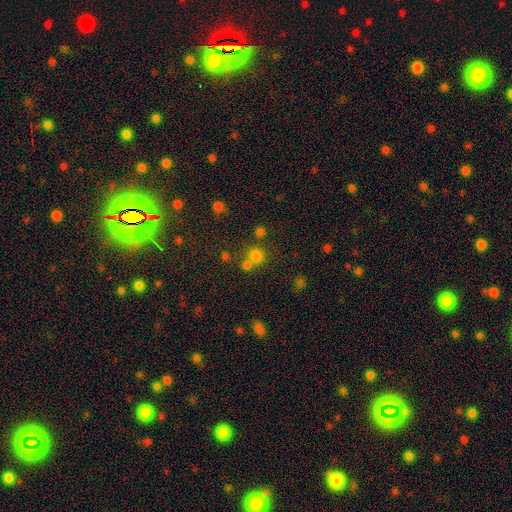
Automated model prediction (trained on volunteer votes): Smooth or featured: smooth — 72% (star or artifact — 20%)
How rounded: round — 87% (in between — 12%)
Merging: none — 62% (merger — 26%)